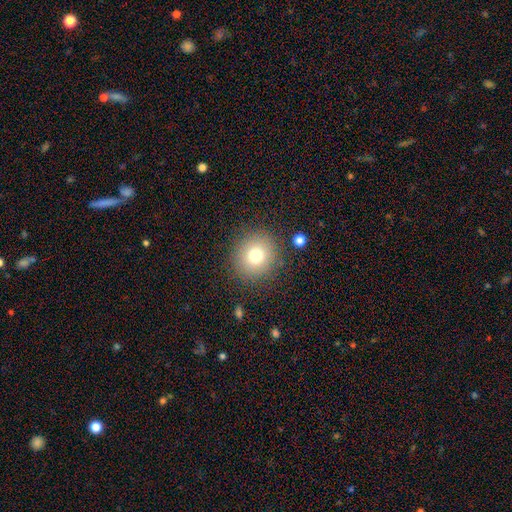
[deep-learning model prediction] A smooth galaxy with no disk features (77%) that is round (88%). Merging: none (86%).